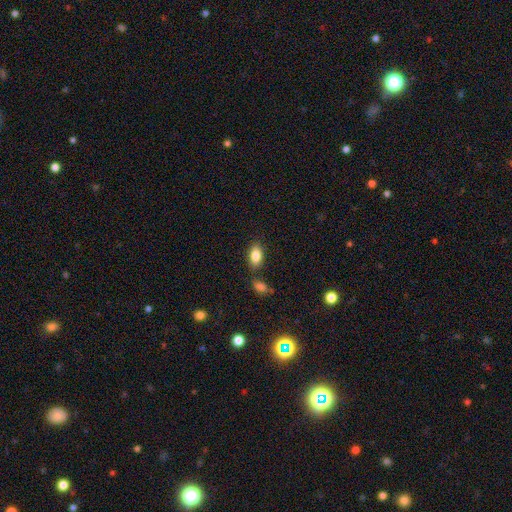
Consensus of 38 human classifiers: smooth-or-featured: smooth: 76% | featured or disk: 18% | star or artifact: 5%
  how-rounded: in between: 86% | round: 7% | cigar-shaped: 7%
  merging: none: 69% | minor disturbance: 14% | major disturbance: 8% | merger: 8%